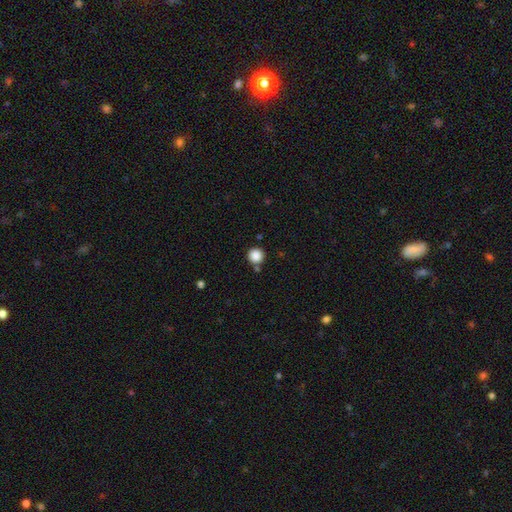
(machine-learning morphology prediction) Q: Smooth or featured?
A: smooth (86%); runner-up: star or artifact (10%)
Q: How rounded?
A: round (95%); runner-up: in between (4%)
Q: Merging?
A: none (82%); runner-up: merger (8%)